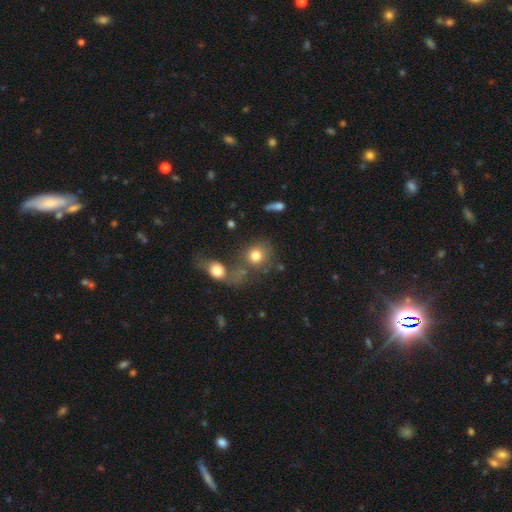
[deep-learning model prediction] Smooth or featured? Predicted: smooth (p=0.77). How rounded? Predicted: round (p=0.76). Merging? Predicted: none (p=0.47).